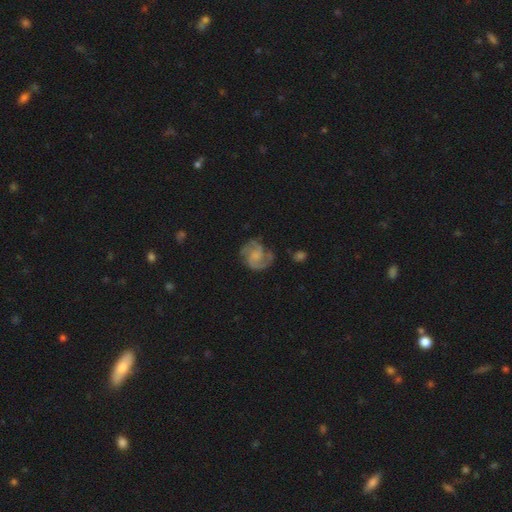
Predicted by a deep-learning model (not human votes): This appears to be a featured or disk galaxy (83%) with no bar (59%), 2 (69%) medium (51%) spiral arms (96%) and no central bulge (39%). Merging: none (71%).